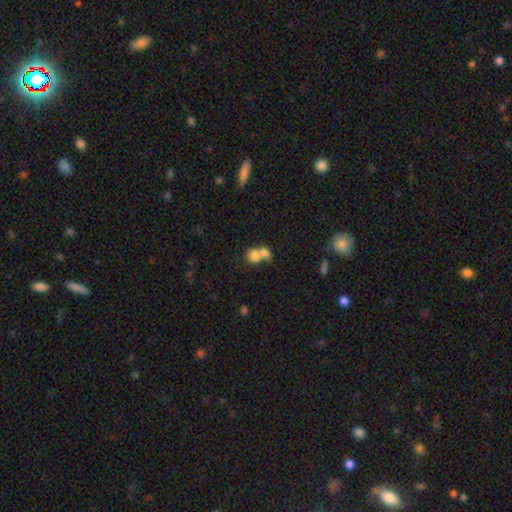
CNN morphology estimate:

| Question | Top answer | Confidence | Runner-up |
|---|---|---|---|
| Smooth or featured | smooth | 78% | featured or disk (12%) |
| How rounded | round | 68% | in between (30%) |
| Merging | merger | 65% | none (26%) |